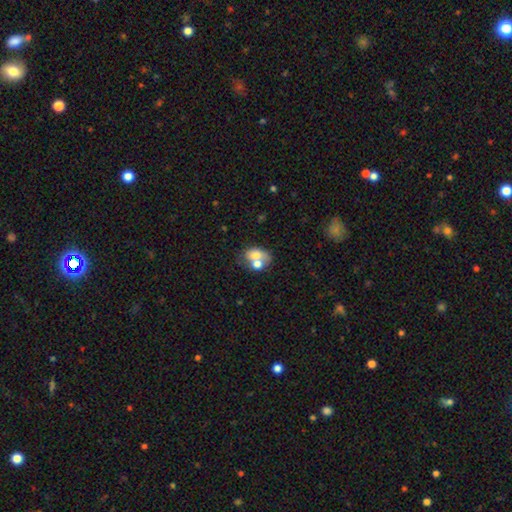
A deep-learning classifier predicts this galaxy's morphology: Smooth or featured? smooth (65%)
How rounded? in between (70%)
Merging? merger (52%)